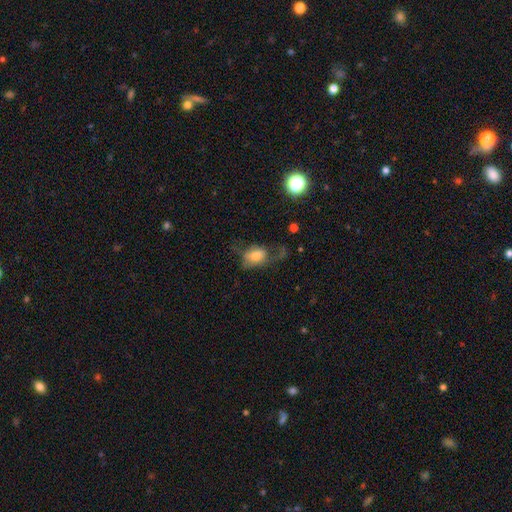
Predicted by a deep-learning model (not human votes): Q: Smooth or featured?
A: smooth (61%); runner-up: featured or disk (30%)
Q: How rounded?
A: in between (75%); runner-up: round (23%)
Q: Merging?
A: major disturbance (44%); runner-up: none (28%)